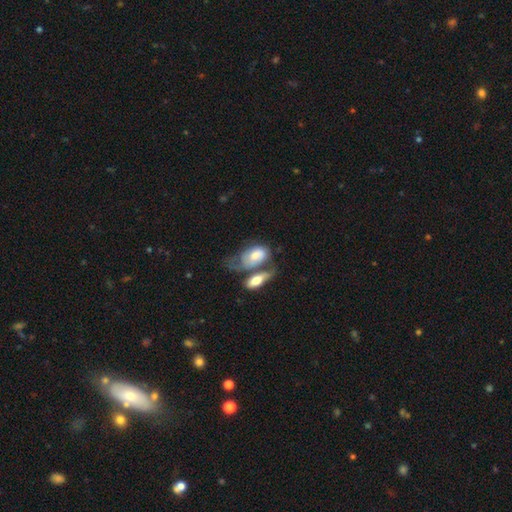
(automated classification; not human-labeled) Smooth or featured: smooth — 57% (featured or disk — 37%)
How rounded: in between — 89% (round — 7%)
Merging: merger — 51% (none — 18%)